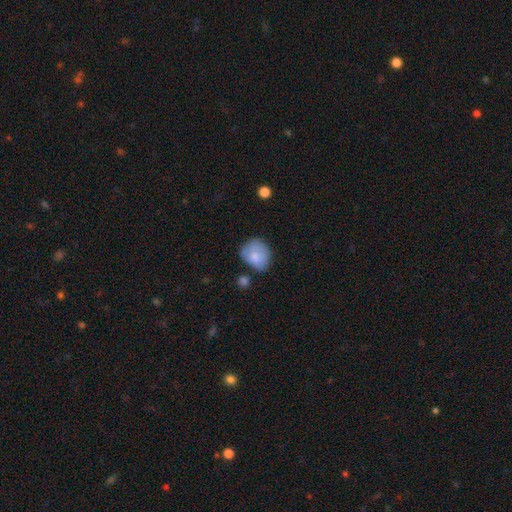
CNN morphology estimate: A smooth galaxy with no disk features (77%) that is round (54%).

Vote fractions:
- Smooth or featured? smooth: 77% / featured or disk: 16% / star or artifact: 7%
- How rounded? round: 54% / in between: 45% / cigar-shaped: 1%
- Merging? none: 53% / minor disturbance: 31% / major disturbance: 9% / merger: 6%